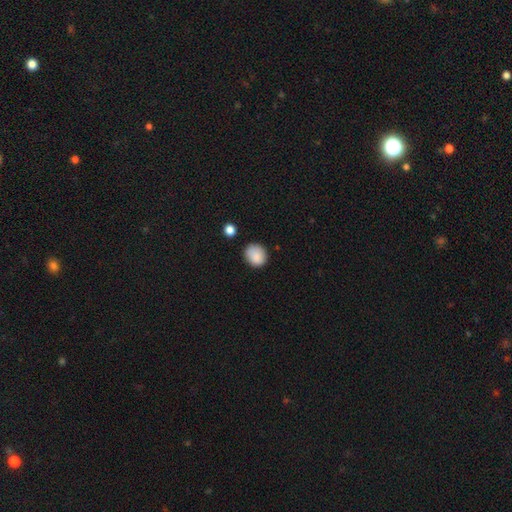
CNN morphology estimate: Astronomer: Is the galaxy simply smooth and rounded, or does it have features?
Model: smooth — 87%.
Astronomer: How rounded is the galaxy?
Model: round — 69%.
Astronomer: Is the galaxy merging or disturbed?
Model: none — 74%.